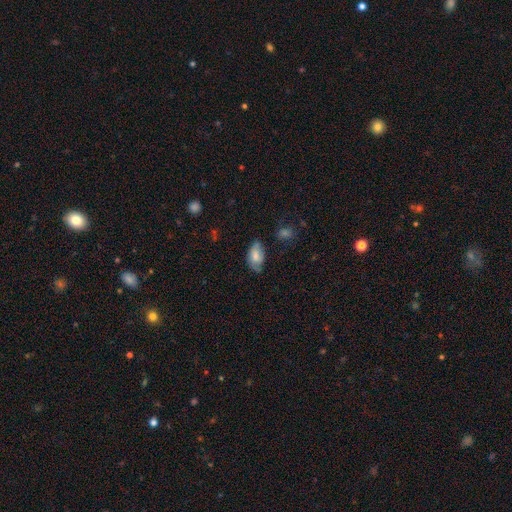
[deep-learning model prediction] A smooth galaxy with no disk features (72%) that is in between round and cigar-shaped (92%).

Vote fractions:
- Smooth or featured? smooth: 72% / featured or disk: 21% / star or artifact: 8%
- How rounded? in between: 92% / round: 5% / cigar-shaped: 3%
- Merging? none: 55% / minor disturbance: 33% / major disturbance: 9% / merger: 3%